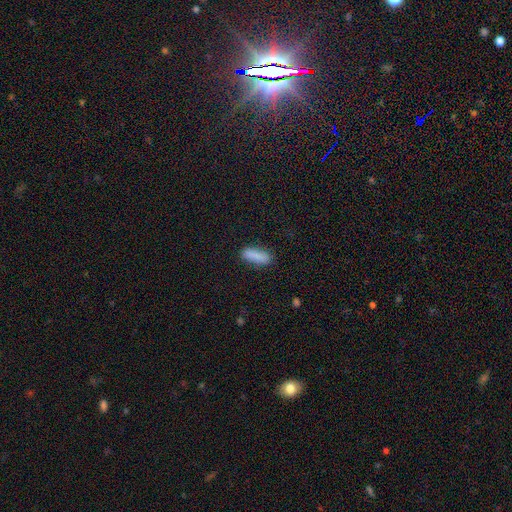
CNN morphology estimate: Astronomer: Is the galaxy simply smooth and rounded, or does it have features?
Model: smooth — 87%.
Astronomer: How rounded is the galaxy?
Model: in between — 53% (runner-up: cigar-shaped, 45%).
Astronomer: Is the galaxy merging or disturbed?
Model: none — 84%.